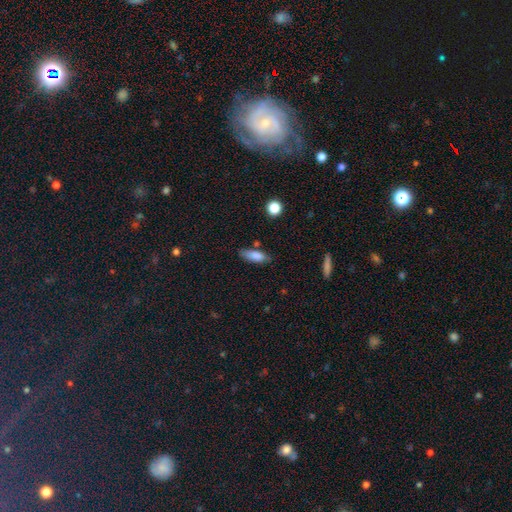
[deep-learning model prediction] Morphology: type=smooth (81%); roundness=in between (67%); merging=none (72%).